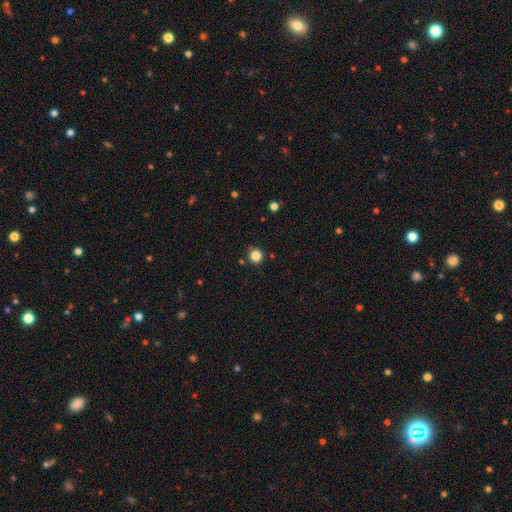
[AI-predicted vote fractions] Overall: smooth (84%). How rounded: round (95%). Merging: none (87%).